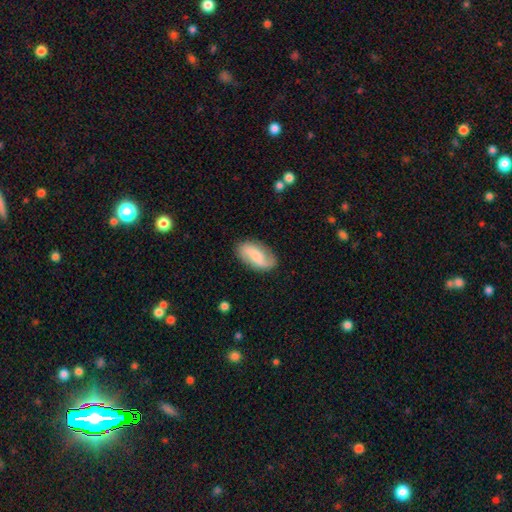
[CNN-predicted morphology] Smooth or featured? featured or disk (57%)
Edge-on disk? no (95%)
Bar? weak (42%)
Spiral arms? yes (92%)
Bulge size? small (38%)
Merging? none (81%)